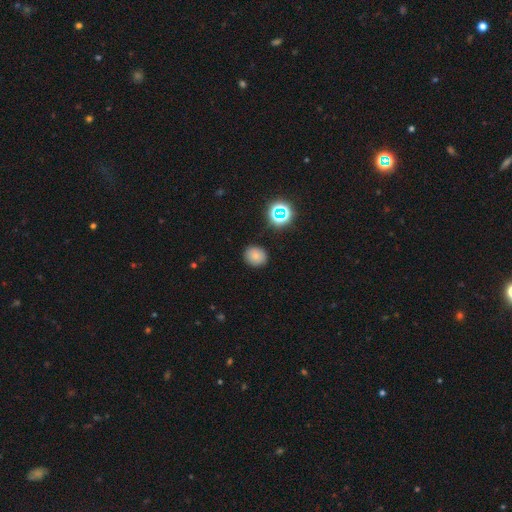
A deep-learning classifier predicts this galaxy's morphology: smooth 74%, star or artifact 16%, featured or disk 9%. Down the decision tree: how rounded — round (81%); merging — none (87%).